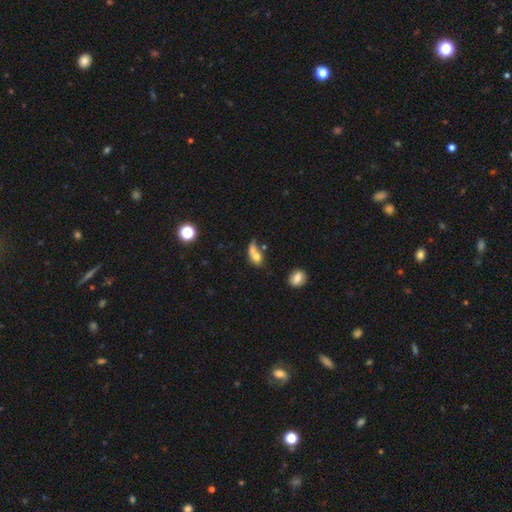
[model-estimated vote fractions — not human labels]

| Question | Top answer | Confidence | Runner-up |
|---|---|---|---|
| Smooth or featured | smooth | 69% | featured or disk (20%) |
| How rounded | in between | 62% | round (33%) |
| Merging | merger | 50% | none (25%) |